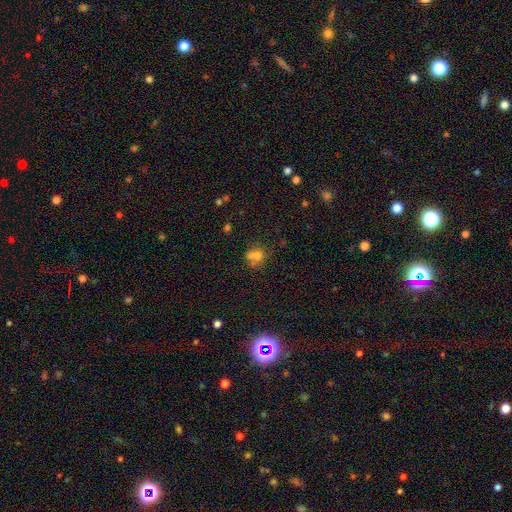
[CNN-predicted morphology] smooth-or-featured: smooth: 64% | star or artifact: 19% | featured or disk: 17%
  how-rounded: round: 69% | in between: 29% | cigar-shaped: 2%
  merging: merger: 43% | none: 38% | minor disturbance: 12% | major disturbance: 7%